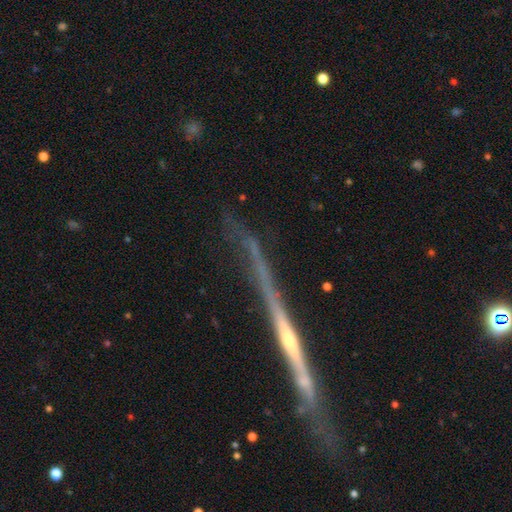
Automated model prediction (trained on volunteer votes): Smooth or featured: featured or disk — 82% (smooth — 11%)
Edge-on disk: yes — 95% (no — 5%)
Edge-on bulge: rounded — 53% (none — 40%)
Merging: none — 66% (minor disturbance — 22%)